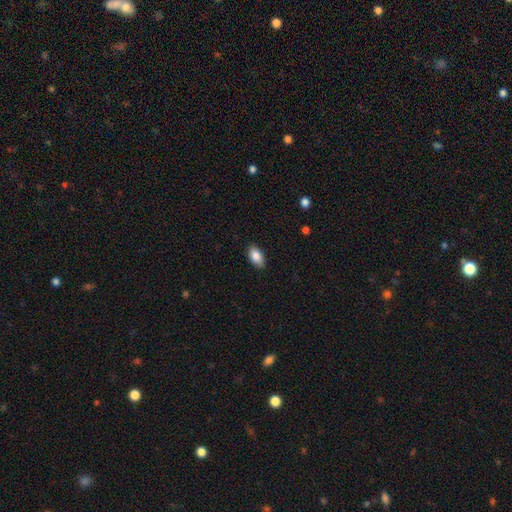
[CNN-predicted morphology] A smooth galaxy with no disk features (86%) that is in between round and cigar-shaped (93%).

Vote fractions:
- Smooth or featured? smooth: 86% / featured or disk: 7% / star or artifact: 7%
- How rounded? in between: 93% / round: 4% / cigar-shaped: 3%
- Merging? none: 87% / minor disturbance: 10% / major disturbance: 2% / merger: 1%